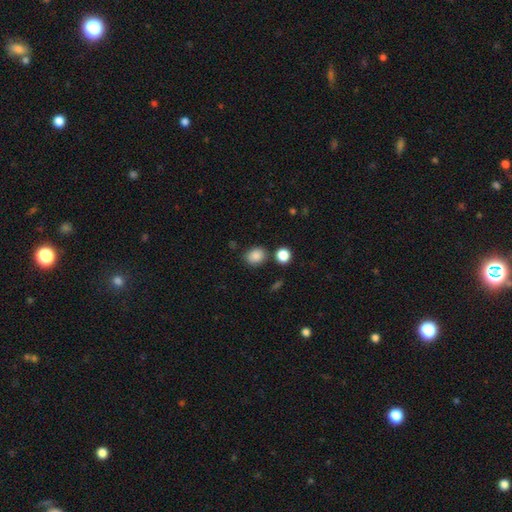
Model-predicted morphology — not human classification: This is clearly a smooth galaxy (86%). How rounded: possibly round (50%). Merging: likely none (77%).